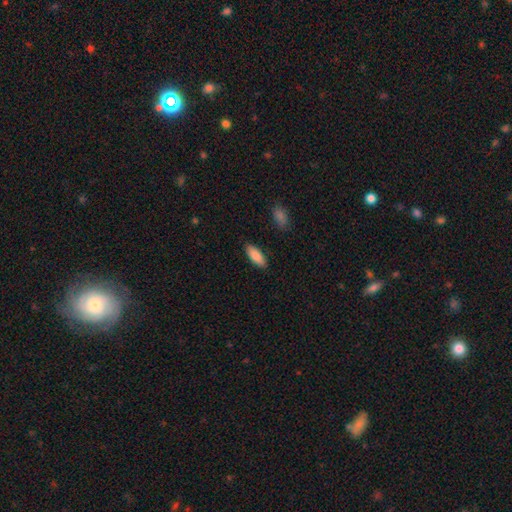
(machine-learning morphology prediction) Overall: smooth (88%). How rounded: in between (76%). Merging: none (87%).